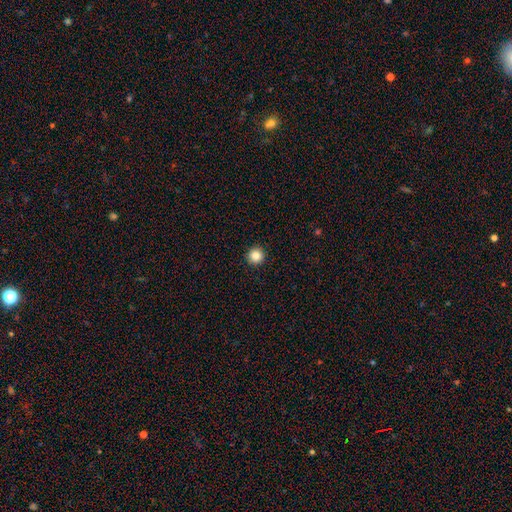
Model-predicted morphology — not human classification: This appears to be a smooth galaxy with no disk features (85%) that is round (96%). Merging: none (94%).